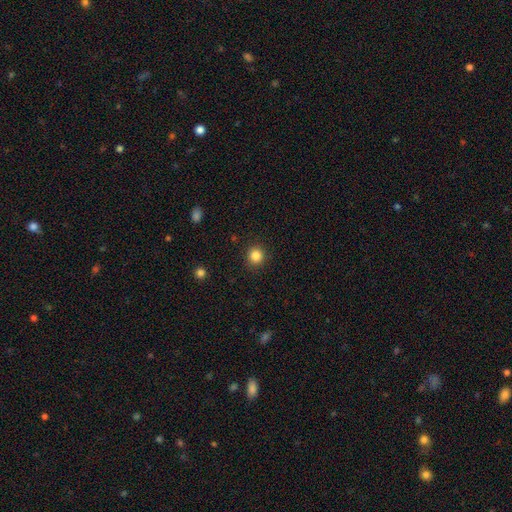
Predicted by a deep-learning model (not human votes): Smooth or featured?
  - smooth: 85% *
  - star or artifact: 11%
  - featured or disk: 4%
How rounded?
  - round: 92% *
  - in between: 7%
  - cigar-shaped: 1%
Merging?
  - none: 91% *
  - minor disturbance: 6%
  - major disturbance: 2%
  - merger: 1%